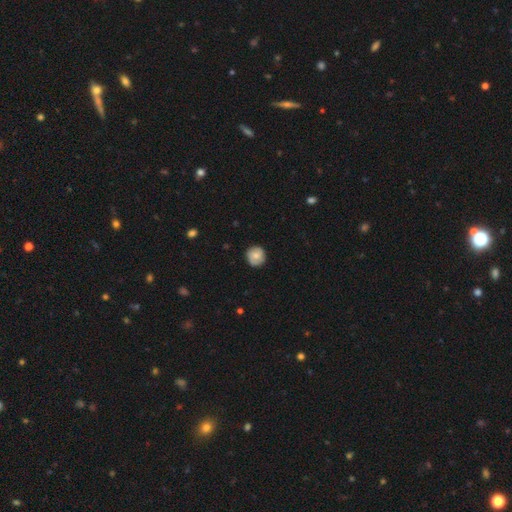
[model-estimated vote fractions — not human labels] smooth_or_featured: smooth (p=0.71) [alt: featured or disk p=0.22]
how_rounded: round (p=0.89) [alt: in between p=0.10]
merging: none (p=0.80) [alt: minor disturbance p=0.16]